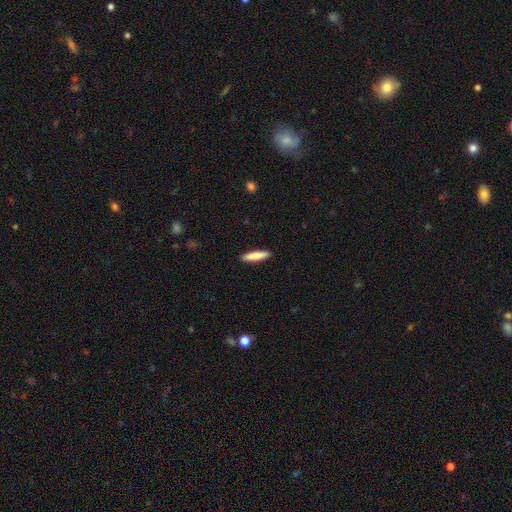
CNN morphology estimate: smooth-or-featured: smooth: 76% | featured or disk: 18% | star or artifact: 5%
  how-rounded: cigar-shaped: 83% | in between: 15% | round: 1%
  merging: none: 91% | minor disturbance: 6% | major disturbance: 1% | merger: 1%